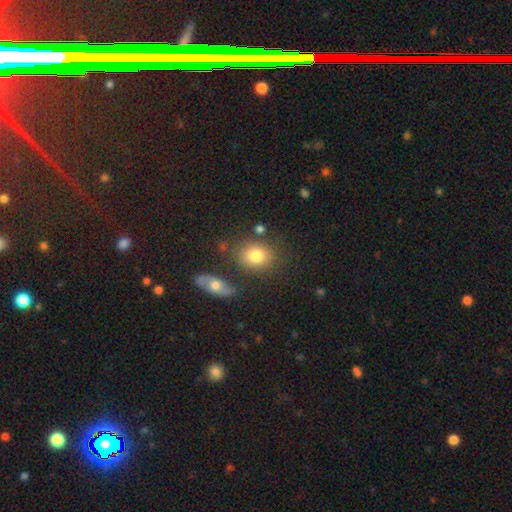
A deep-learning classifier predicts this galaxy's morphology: Smooth or featured? smooth (79%)
How rounded? in between (54%)
Merging? none (73%)